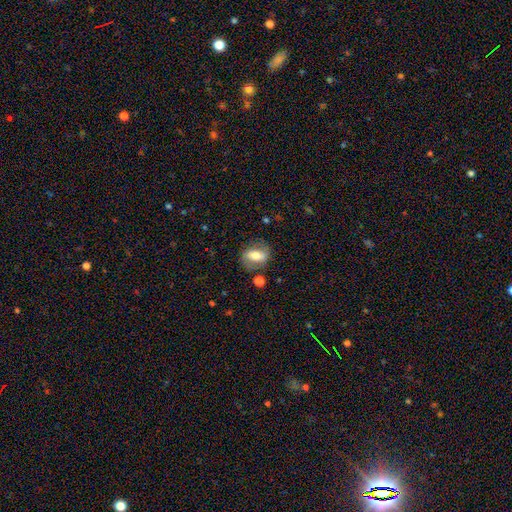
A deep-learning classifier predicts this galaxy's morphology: Smooth or featured? smooth (49%)
Merging? none (71%)